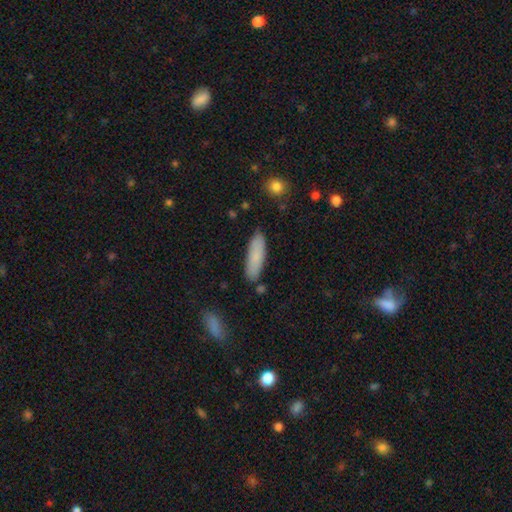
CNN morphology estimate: Smooth or featured: smooth — 83% (featured or disk — 10%)
How rounded: cigar-shaped — 56% (in between — 43%)
Merging: none — 84% (minor disturbance — 11%)